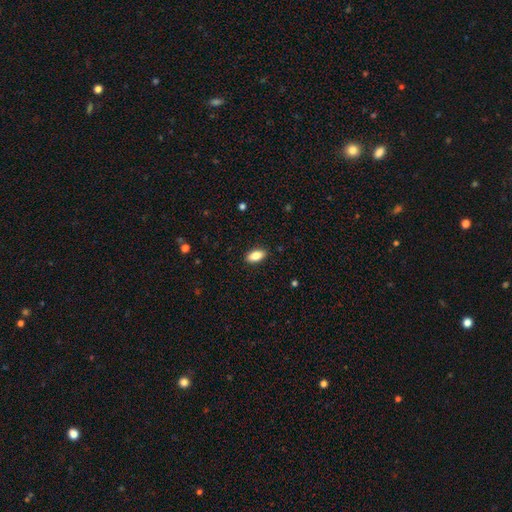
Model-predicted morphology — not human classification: Overall: smooth (83%). How rounded: in between (90%). Merging: none (89%).